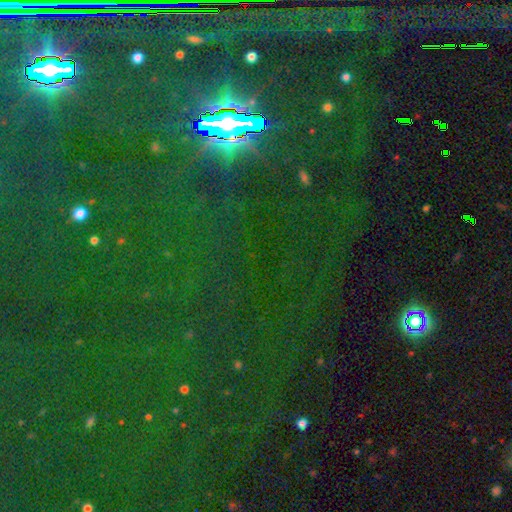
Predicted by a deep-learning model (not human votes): Smooth or featured? Predicted: star or artifact (p=0.82).